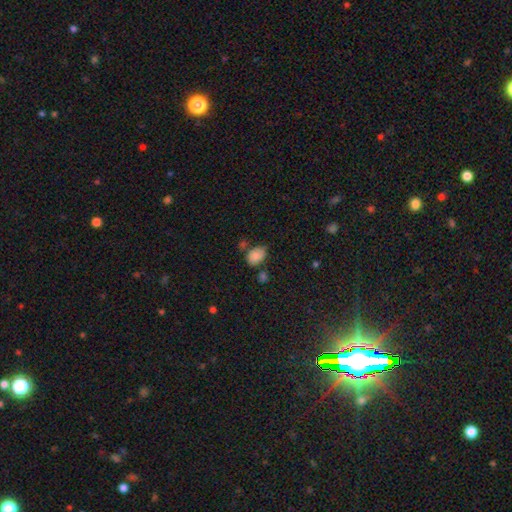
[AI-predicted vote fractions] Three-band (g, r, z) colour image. It shows a smooth galaxy with no disk features (83%) that is in between round and cigar-shaped (76%). Merging: none (56%).